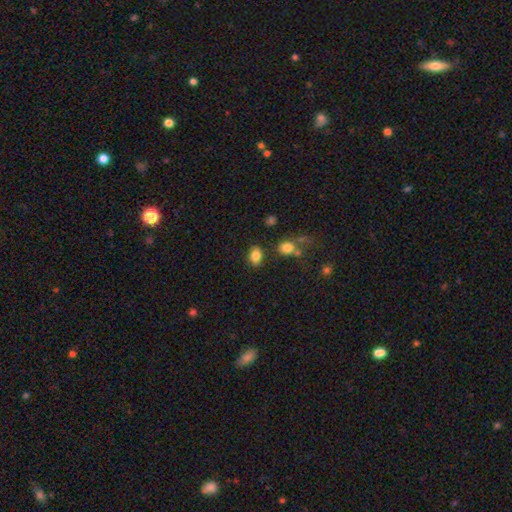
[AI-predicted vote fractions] Morphology: type=smooth (82%); roundness=in between (65%); merging=none (79%).